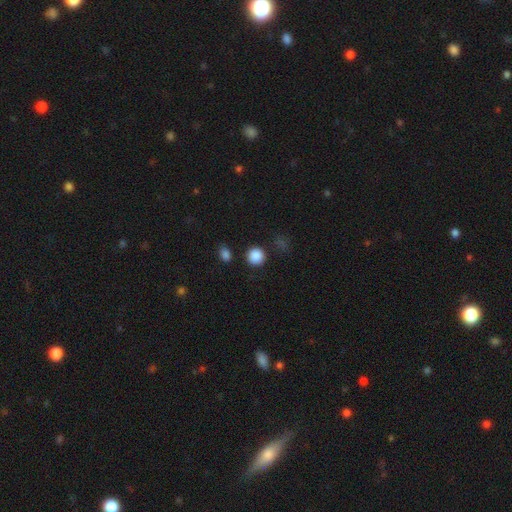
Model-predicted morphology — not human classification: Smooth or featured? smooth (87%)
How rounded? round (92%)
Merging? none (86%)